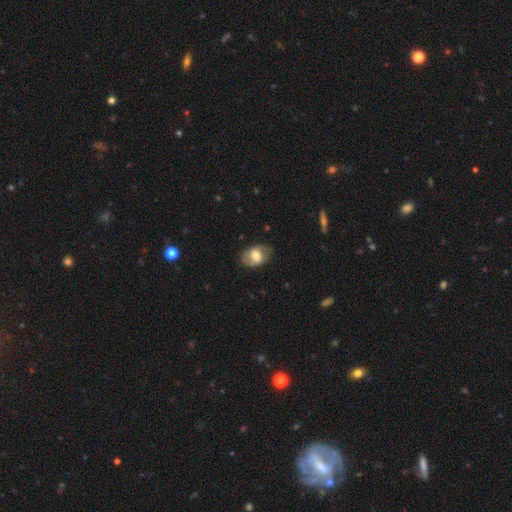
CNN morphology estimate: Smooth or featured?
  - smooth: 67% *
  - featured or disk: 26%
  - star or artifact: 7%
How rounded?
  - in between: 78% *
  - round: 20%
  - cigar-shaped: 1%
Merging?
  - none: 75% *
  - minor disturbance: 18%
  - major disturbance: 6%
  - merger: 1%